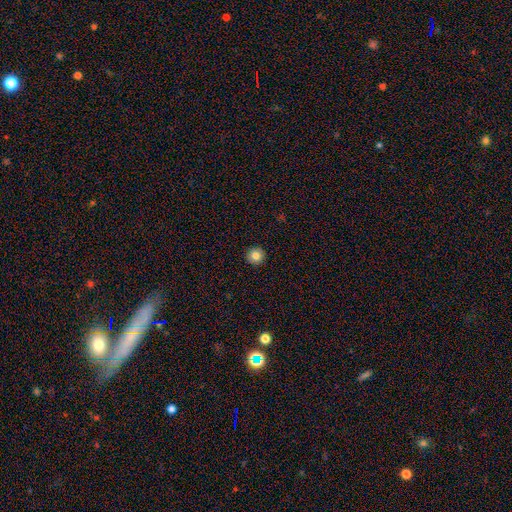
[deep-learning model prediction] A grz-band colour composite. It shows a smooth galaxy with no disk features (82%) that is round (95%). Merging: none (93%).